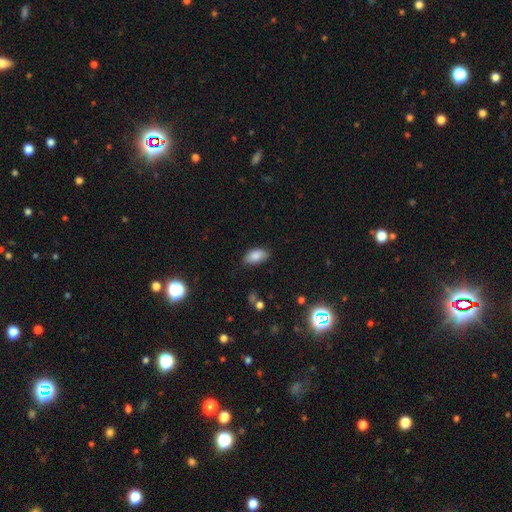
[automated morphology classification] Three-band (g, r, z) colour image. It shows a smooth galaxy with no disk features (85%) that is in between round and cigar-shaped (93%). Merging: none (80%).